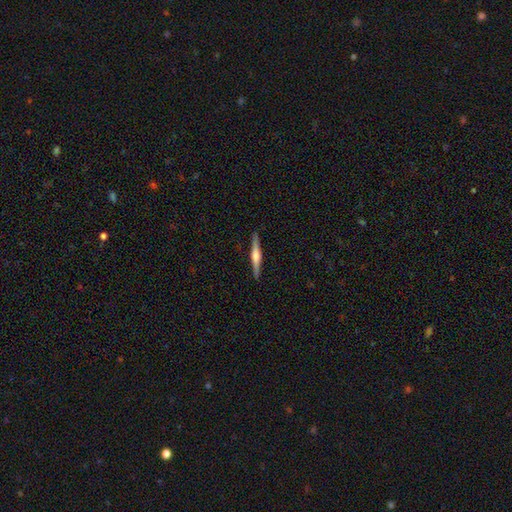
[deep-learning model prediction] A featured or disk galaxy (67%) viewed edge-on (98%) with a rounded central bulge (80%). Merging: none (91%).